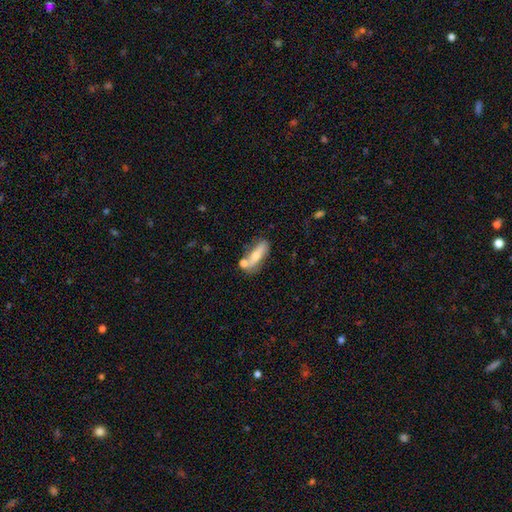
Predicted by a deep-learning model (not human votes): This appears to be a smooth galaxy with no disk features (60%) that is in between round and cigar-shaped (53%). Merging: none (56%).